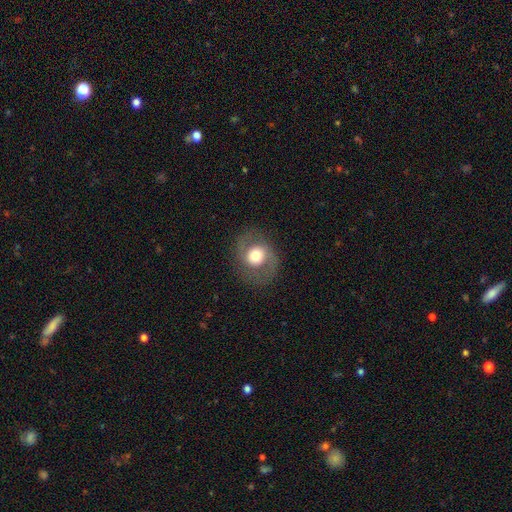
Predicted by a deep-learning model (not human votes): featured or disk 46% (tied), smooth 46% (tied), star or artifact 9%. Down the decision tree: merging — none (77%).